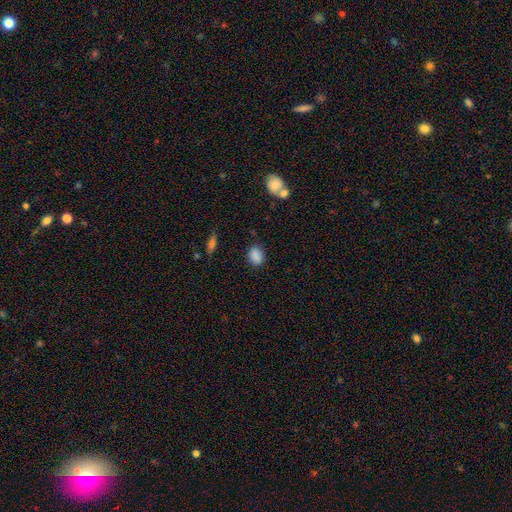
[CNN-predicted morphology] Q: Smooth or featured?
A: smooth (86%); runner-up: star or artifact (10%)
Q: How rounded?
A: in between (70%); runner-up: round (28%)
Q: Merging?
A: none (80%); runner-up: minor disturbance (14%)